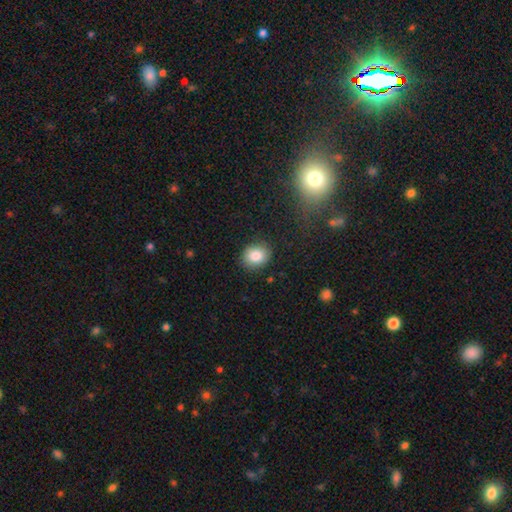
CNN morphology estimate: Smooth or featured: smooth — 84% (star or artifact — 9%)
How rounded: round — 64% (in between — 35%)
Merging: none — 88% (minor disturbance — 9%)